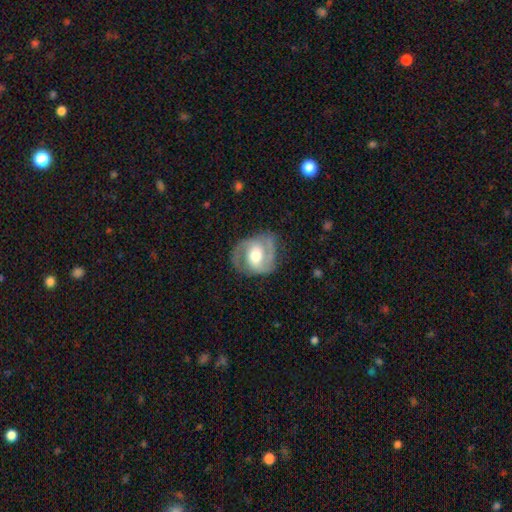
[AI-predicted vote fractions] A featured or disk galaxy (79%) with no bar (41%, tied with weak), 2 (80%) medium (50%) spiral arms (89%) and a moderate central bulge (68%).

Vote fractions:
- Smooth or featured? featured or disk: 79% / smooth: 16% / star or artifact: 5%
- Edge-on disk? no: 97% / yes: 3%
- Bar? no: 41% (tied) / weak: 41% (tied) / strong: 18%
- Spiral arms? yes: 89% / no: 11%
- Spiral winding? medium: 50% / tight: 33% / loose: 17%
- Spiral arm count? 2: 80% / can't tell: 8% / 3: 6% / 1: 3% / 4: 1% / more than 4: 1%
- Bulge size? moderate: 68% / large: 20% / small: 10% / dominant: 1% / none: 1%
- Merging? none: 70% / minor disturbance: 19% / major disturbance: 10% / merger: 1%